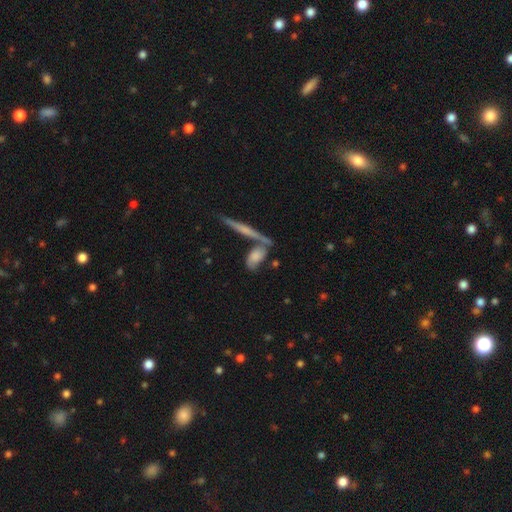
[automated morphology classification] type=smooth (48%); merging=none (49%).